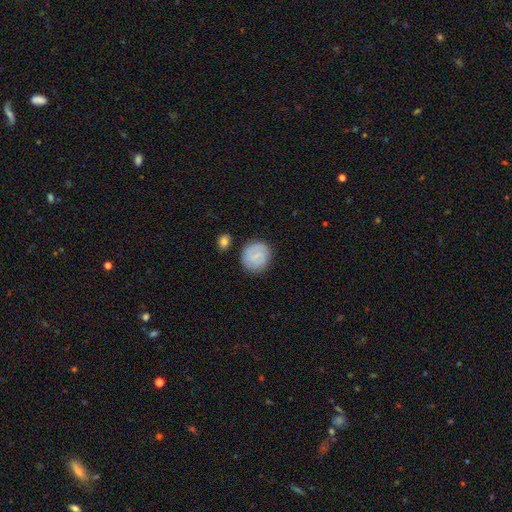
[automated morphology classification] smooth 58%, featured or disk 35%, star or artifact 8%. Down the decision tree: how rounded — round (84%); merging — none (82%).